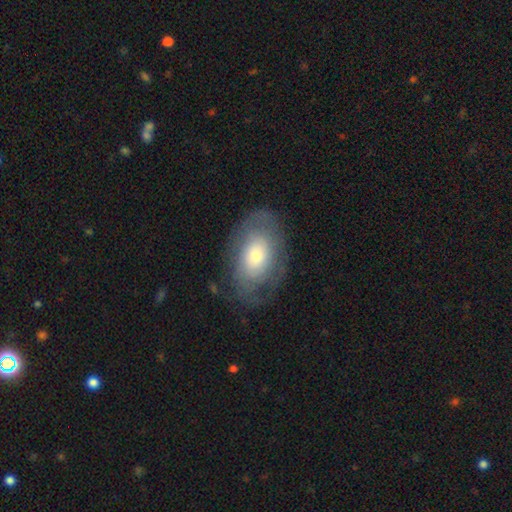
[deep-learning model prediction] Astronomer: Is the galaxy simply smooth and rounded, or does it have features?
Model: smooth — 46%, tied with featured or disk at 46%.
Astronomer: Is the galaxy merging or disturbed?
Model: none — 70%.